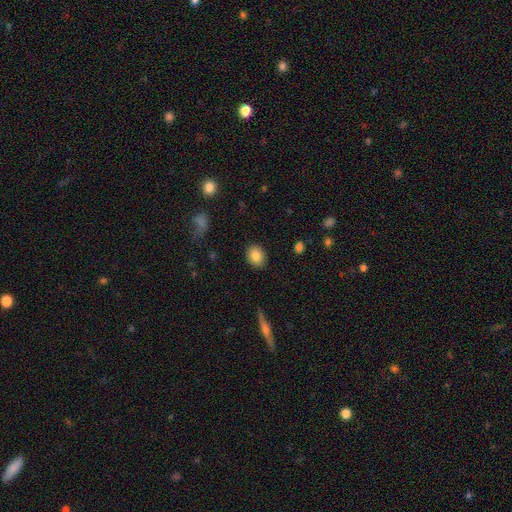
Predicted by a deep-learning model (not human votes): smooth_or_featured: smooth (p=0.85) [alt: star or artifact p=0.09]
how_rounded: in between (p=0.49) [tied with: round p=0.49]
merging: none (p=0.89) [alt: minor disturbance p=0.08]